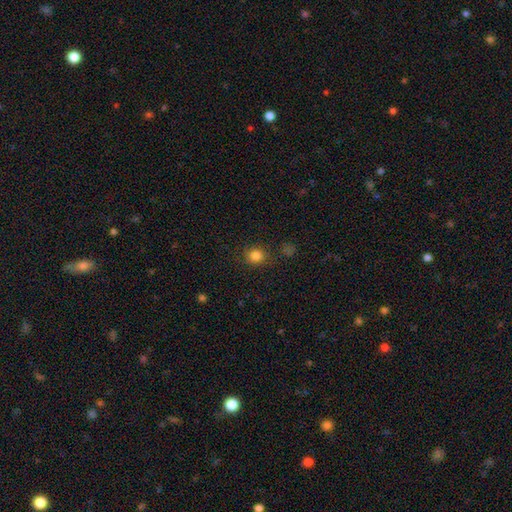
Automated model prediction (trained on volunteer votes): Smooth or featured? smooth (83%)
How rounded? round (80%)
Merging? none (81%)